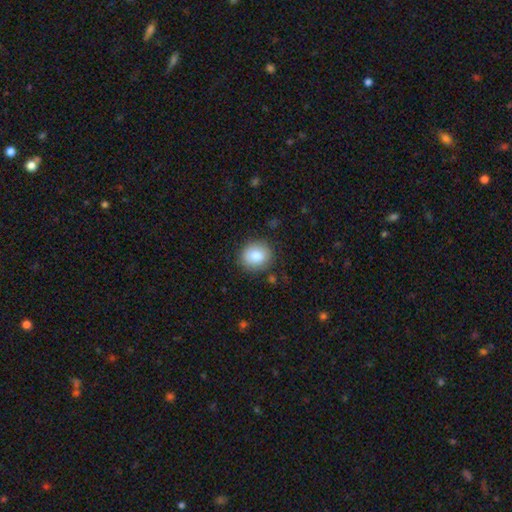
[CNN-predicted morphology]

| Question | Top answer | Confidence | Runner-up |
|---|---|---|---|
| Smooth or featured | smooth | 81% | featured or disk (10%) |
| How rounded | round | 79% | in between (20%) |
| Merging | none | 86% | minor disturbance (10%) |